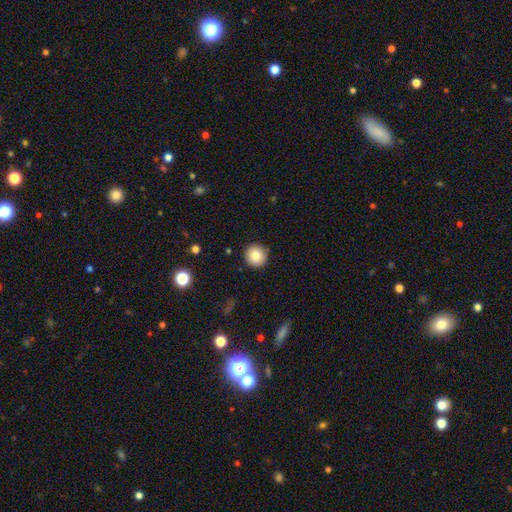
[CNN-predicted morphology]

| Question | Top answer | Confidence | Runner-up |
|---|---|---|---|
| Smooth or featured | smooth | 84% | star or artifact (9%) |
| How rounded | round | 94% | in between (5%) |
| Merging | none | 90% | minor disturbance (7%) |